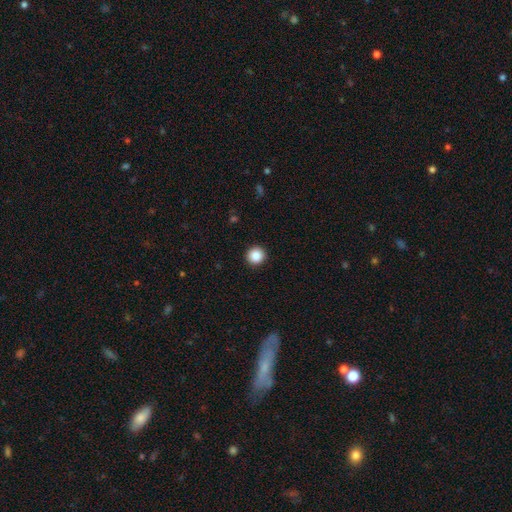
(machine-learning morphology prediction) smooth 86%, star or artifact 10%, featured or disk 4%. Down the decision tree: how rounded — round (96%); merging — none (94%).